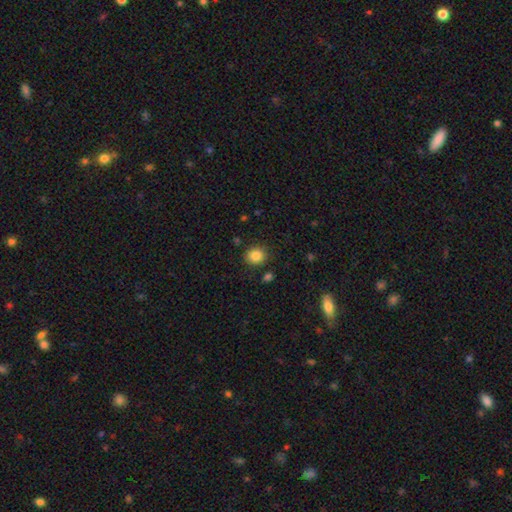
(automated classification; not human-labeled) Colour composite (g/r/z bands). It shows a smooth galaxy with no disk features (85%) that is round (79%). Merging: none (86%).